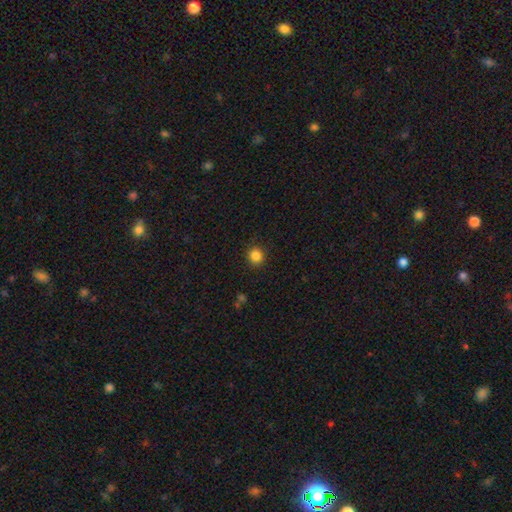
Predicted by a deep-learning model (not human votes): Smooth or featured: smooth — 85% (star or artifact — 11%)
How rounded: round — 92% (in between — 7%)
Merging: none — 91% (minor disturbance — 6%)